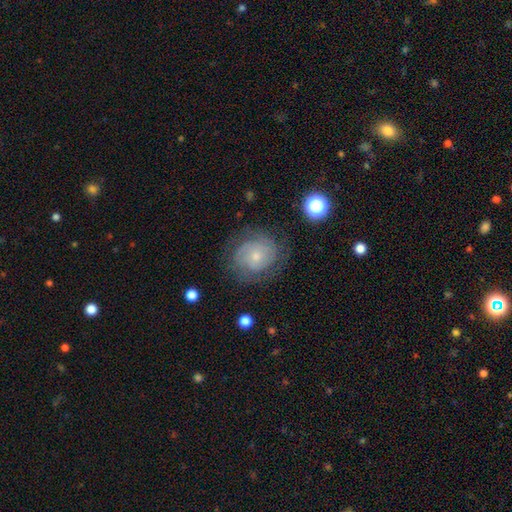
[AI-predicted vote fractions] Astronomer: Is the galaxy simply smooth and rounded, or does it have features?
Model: featured or disk — 59%.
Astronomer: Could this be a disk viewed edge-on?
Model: no — 97%.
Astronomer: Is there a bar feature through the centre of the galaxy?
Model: no — 79%.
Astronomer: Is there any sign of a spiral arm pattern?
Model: yes — 82%.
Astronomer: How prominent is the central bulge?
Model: small — 68%.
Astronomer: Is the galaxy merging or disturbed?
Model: none — 71%.